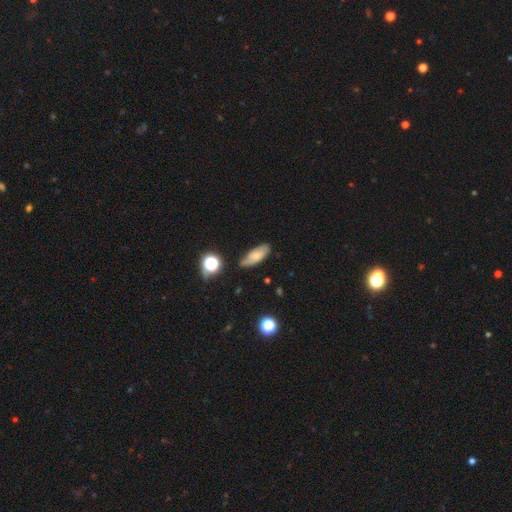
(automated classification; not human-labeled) Smooth or featured?
  - smooth: 63% *
  - featured or disk: 26%
  - star or artifact: 10%
How rounded?
  - in between: 77% *
  - cigar-shaped: 20%
  - round: 3%
Merging?
  - none: 63% *
  - minor disturbance: 27%
  - major disturbance: 6%
  - merger: 3%